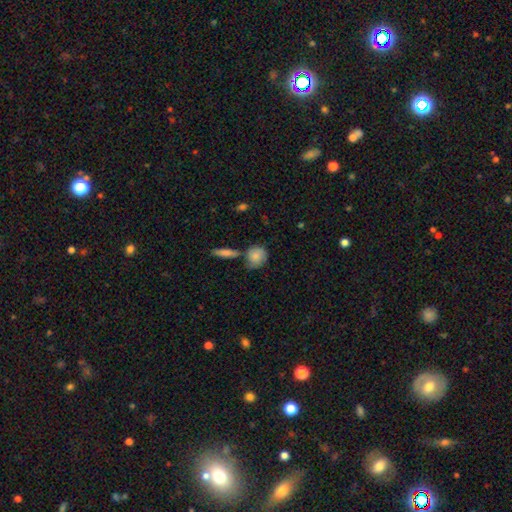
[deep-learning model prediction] Overall: smooth (76%). How rounded: round (69%). Merging: none (54%; minor disturbance 20%).